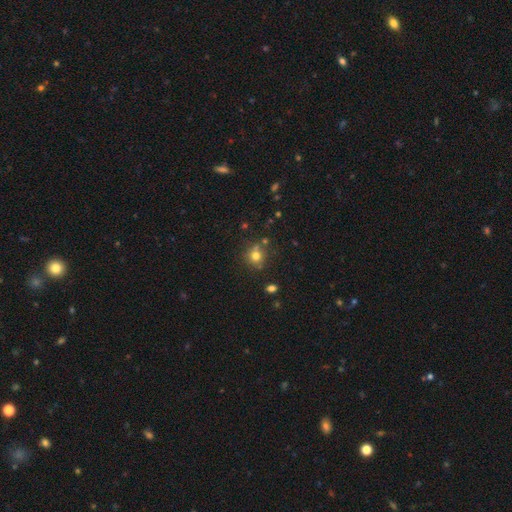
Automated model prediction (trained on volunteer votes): smooth_or_featured: smooth (p=0.74) [alt: star or artifact p=0.16]
how_rounded: round (p=0.87) [alt: in between p=0.12]
merging: none (p=0.71) [alt: minor disturbance p=0.13]